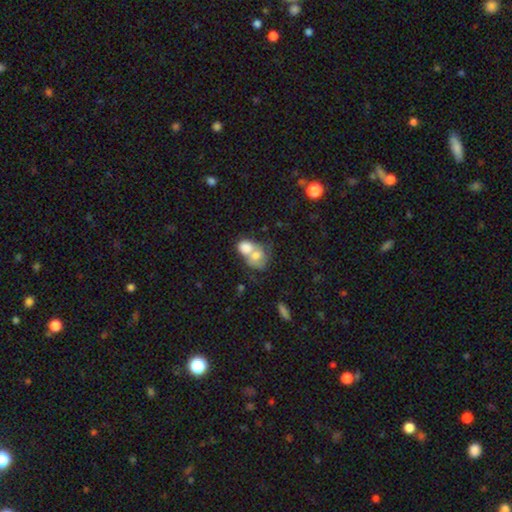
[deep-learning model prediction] smooth 69%, featured or disk 23%, star or artifact 8%. Down the decision tree: how rounded — in between (55%); merging — merger (74%).